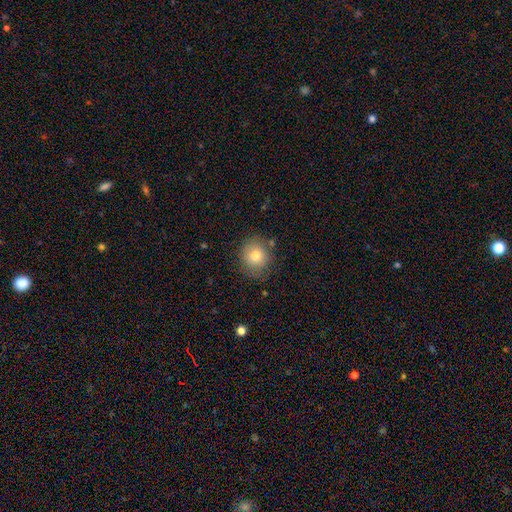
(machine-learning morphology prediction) This appears to be a smooth galaxy with no disk features (78%) that is round (84%). Merging: none (78%).